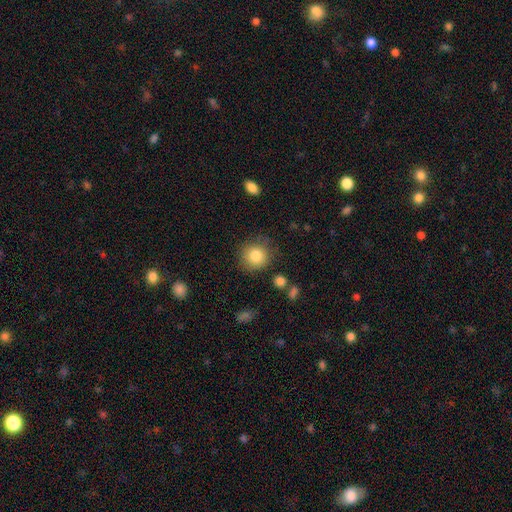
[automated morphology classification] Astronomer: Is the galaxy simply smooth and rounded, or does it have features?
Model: smooth — 84%.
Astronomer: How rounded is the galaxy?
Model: round — 88%.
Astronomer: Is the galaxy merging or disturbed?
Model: none — 82%.